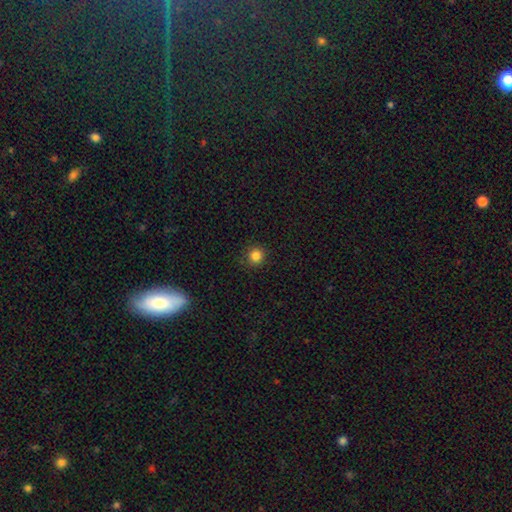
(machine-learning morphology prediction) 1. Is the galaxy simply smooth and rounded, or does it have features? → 83% smooth, 13% star or artifact, 4% featured or disk.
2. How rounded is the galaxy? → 94% round, 5% in between, 1% cigar-shaped.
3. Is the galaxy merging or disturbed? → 90% none, 7% minor disturbance, 2% major disturbance, 1% merger.